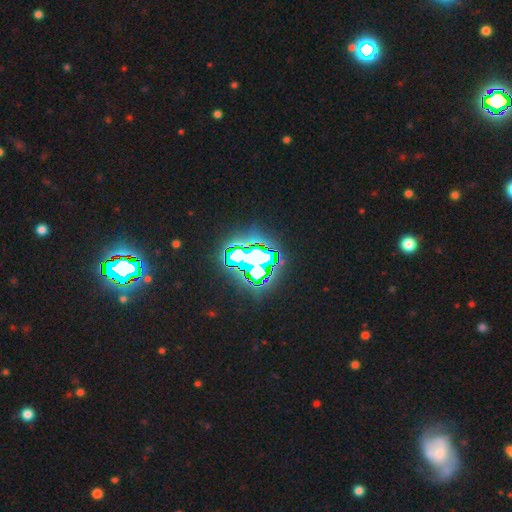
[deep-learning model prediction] Smooth or featured: star or artifact — 72% (featured or disk — 15%)